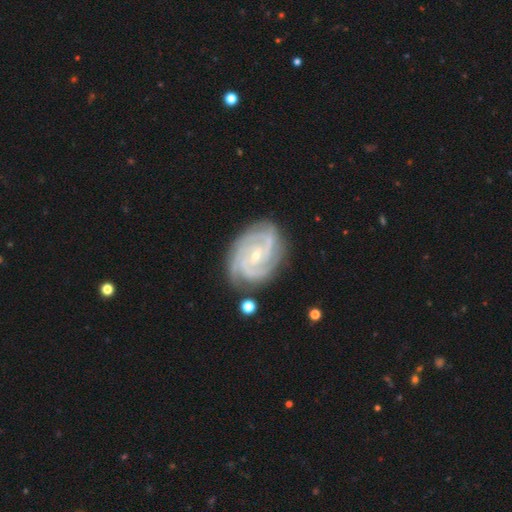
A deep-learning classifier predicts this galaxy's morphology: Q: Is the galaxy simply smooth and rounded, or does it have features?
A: featured or disk — 91%.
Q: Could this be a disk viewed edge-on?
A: no — 98%.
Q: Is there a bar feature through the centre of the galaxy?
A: no — 52%.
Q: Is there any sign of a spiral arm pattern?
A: yes — 98%.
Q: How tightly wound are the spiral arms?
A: tight — 70%.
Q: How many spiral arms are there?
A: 3 — 36%.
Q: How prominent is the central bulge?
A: small — 73%.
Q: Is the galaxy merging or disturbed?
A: none — 78%.